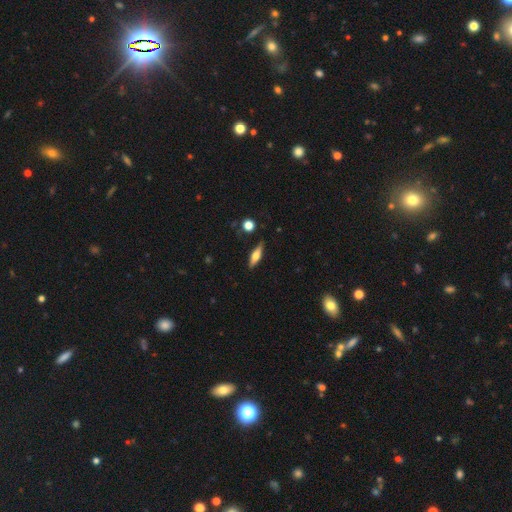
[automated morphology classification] Q: Smooth or featured?
A: smooth (51%); runner-up: featured or disk (42%)
Q: How rounded?
A: cigar-shaped (55%); runner-up: in between (42%)
Q: Merging?
A: none (86%); runner-up: minor disturbance (10%)